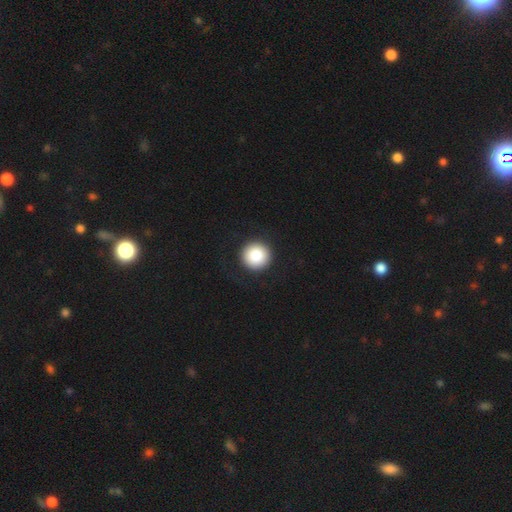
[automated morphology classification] Smooth or featured? smooth (87%)
How rounded? round (96%)
Merging? none (92%)